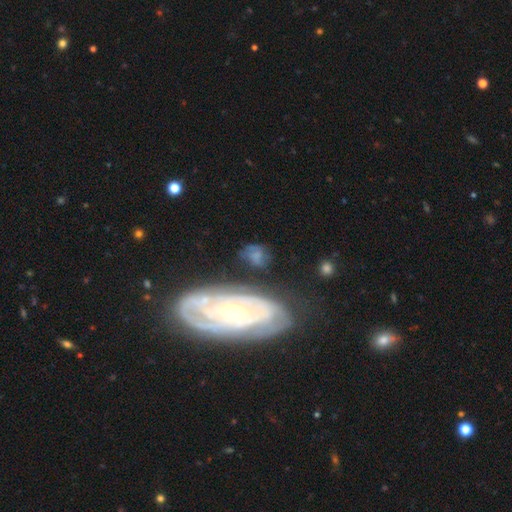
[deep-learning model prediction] Morphology: type=smooth (45%); merging=none (54%).